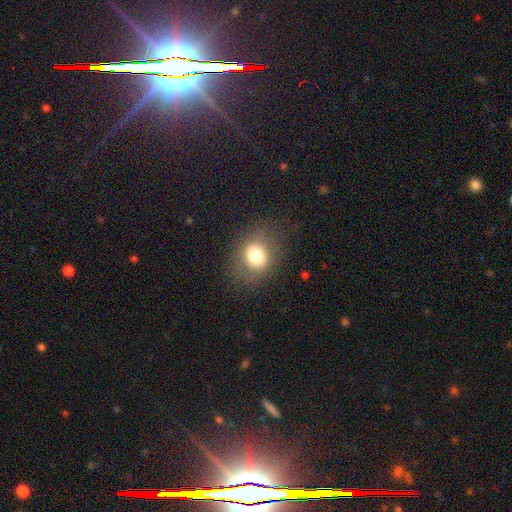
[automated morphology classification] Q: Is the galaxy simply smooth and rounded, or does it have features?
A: smooth — 74%.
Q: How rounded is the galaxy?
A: round — 56%.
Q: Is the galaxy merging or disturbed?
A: none — 78%.